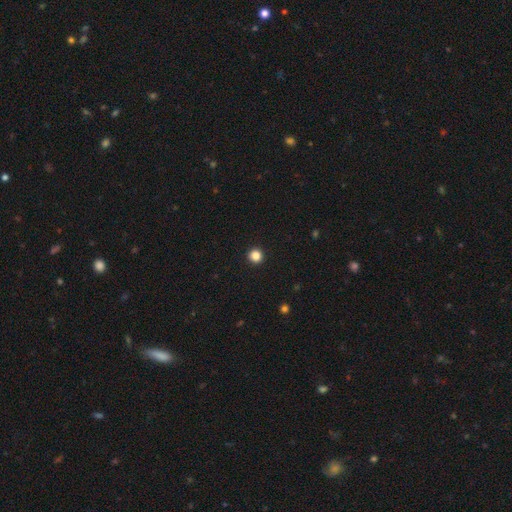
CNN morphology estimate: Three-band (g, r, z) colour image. It shows a smooth galaxy with no disk features (85%) that is round (95%). Merging: none (94%).